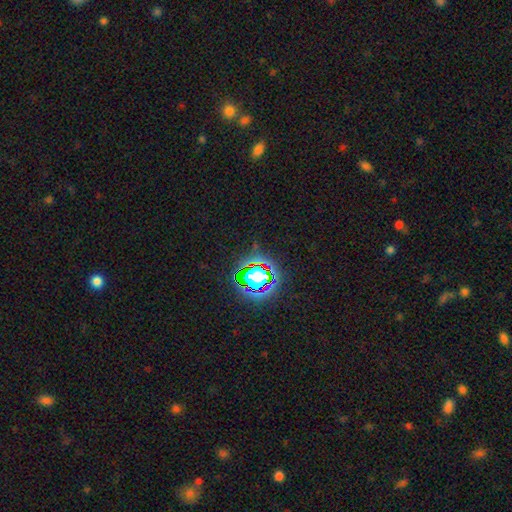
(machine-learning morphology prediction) smooth_or_featured: star or artifact (p=0.79) [alt: smooth p=0.13]